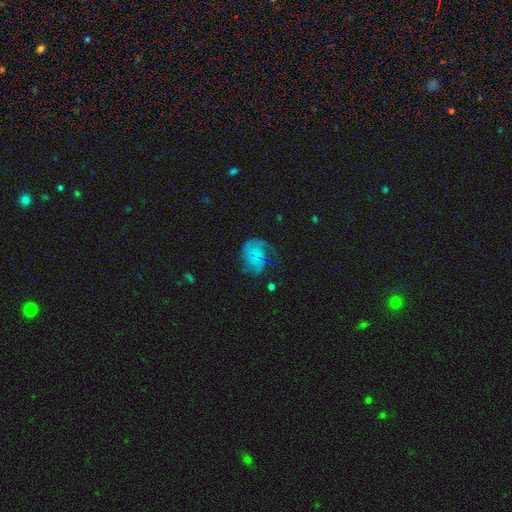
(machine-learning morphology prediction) Overall: featured or disk (52%; smooth 36%). Edge-on disk: no (97%). Bar: no (46%; weak 44%). Spiral arms: yes (71%). Bulge size: small (57%; moderate 21%). Merging: none (43%; major disturbance 29%).